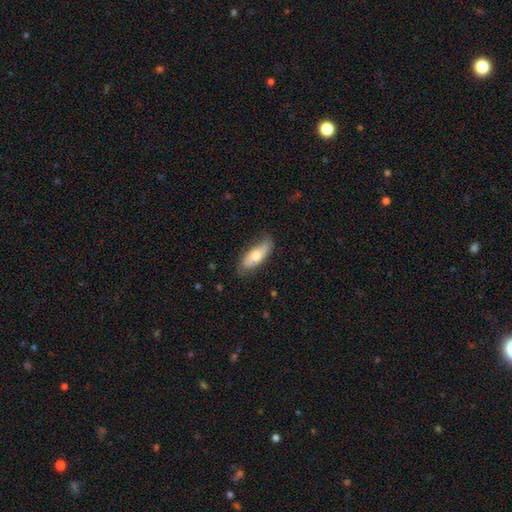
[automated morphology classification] Smooth or featured? smooth (65%)
How rounded? in between (71%)
Merging? none (75%)